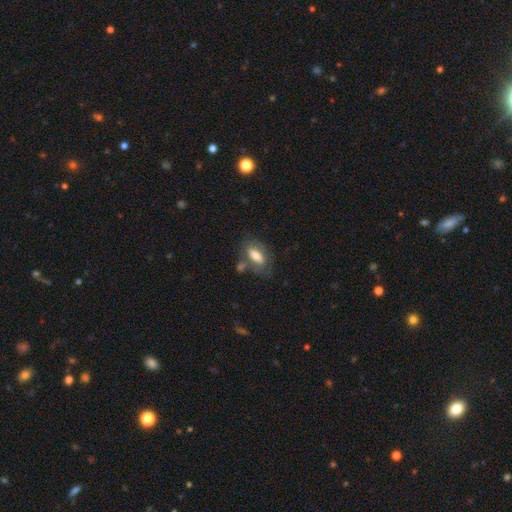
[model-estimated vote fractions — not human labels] Q: Smooth or featured?
A: smooth (71%); runner-up: featured or disk (21%)
Q: How rounded?
A: in between (86%); runner-up: cigar-shaped (9%)
Q: Merging?
A: none (57%); runner-up: minor disturbance (19%)